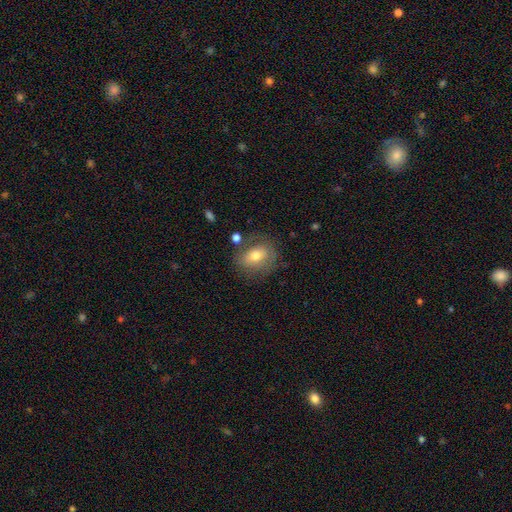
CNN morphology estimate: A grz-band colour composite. It shows a smooth galaxy with no disk features (64%) that is in between round and cigar-shaped (58%). Merging: none (70%).